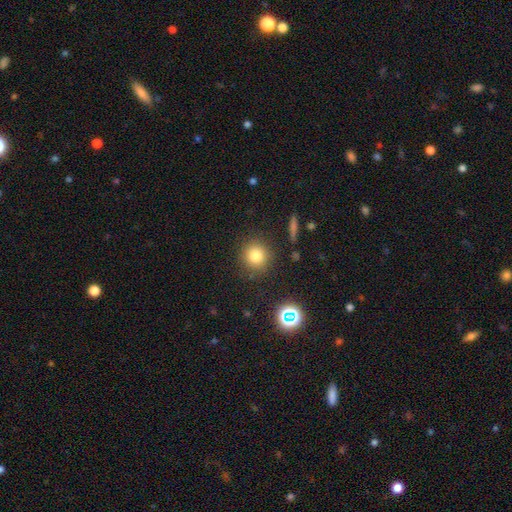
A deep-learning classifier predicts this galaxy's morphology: The model was most divided on "smooth or featured": smooth: 79%, star or artifact: 14%, featured or disk: 7%. More confident: how rounded — round (92%); merging — none (87%).